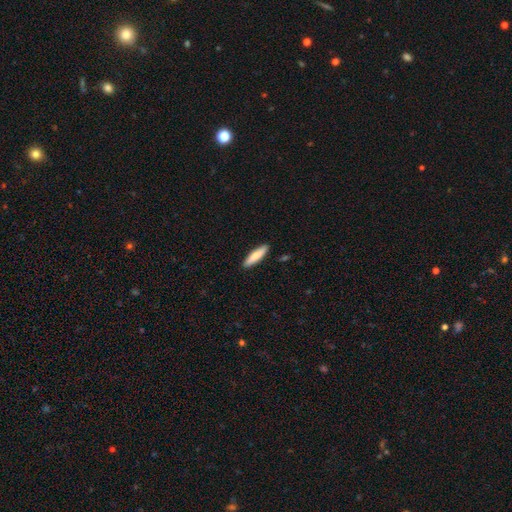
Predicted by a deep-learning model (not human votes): Smooth or featured? Predicted: smooth (p=0.77). How rounded? Predicted: cigar-shaped (p=0.72). Merging? Predicted: none (p=0.90).